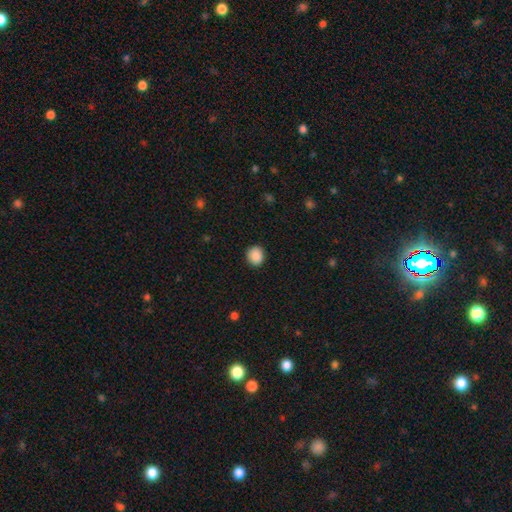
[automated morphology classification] A smooth galaxy with no disk features (89%) that is round (80%). Merging: none (90%).